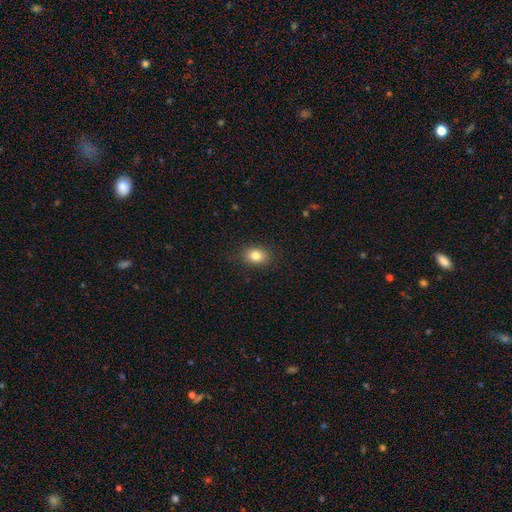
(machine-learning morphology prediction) A smooth galaxy with no disk features (82%) that is in between round and cigar-shaped (61%). Merging: none (88%).